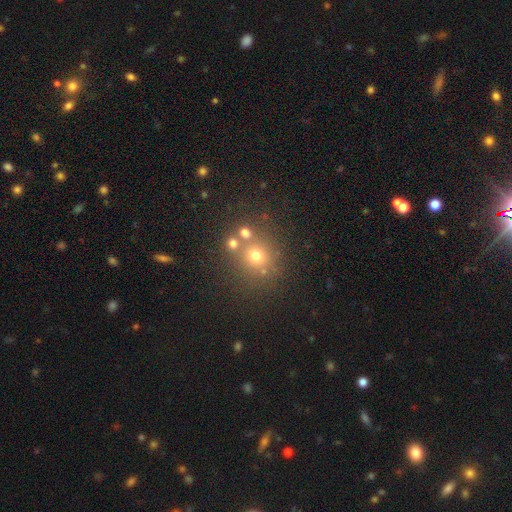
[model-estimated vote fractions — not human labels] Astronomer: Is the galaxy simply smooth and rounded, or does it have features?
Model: smooth — 64%.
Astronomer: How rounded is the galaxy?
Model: round — 88%.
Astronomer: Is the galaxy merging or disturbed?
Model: none — 68%.